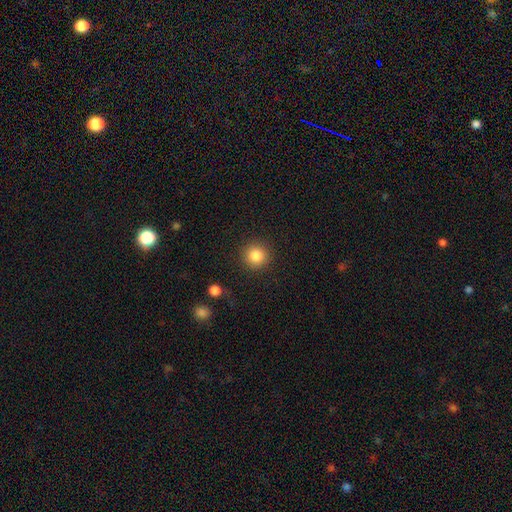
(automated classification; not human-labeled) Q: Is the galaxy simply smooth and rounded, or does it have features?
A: smooth — 85%.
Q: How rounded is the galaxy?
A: round — 94%.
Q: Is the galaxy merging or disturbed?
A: none — 89%.